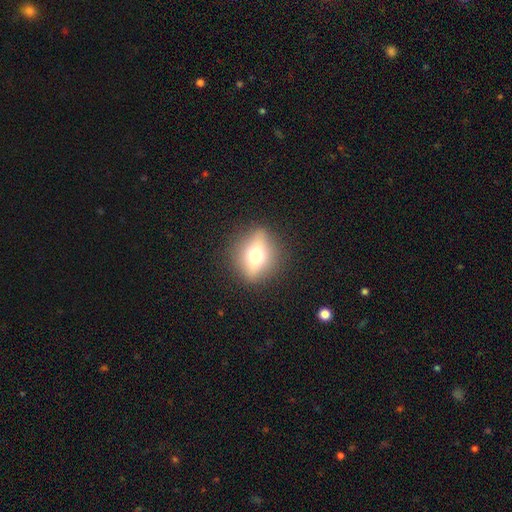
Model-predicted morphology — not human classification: Q: Smooth or featured?
A: smooth (52%); runner-up: featured or disk (35%)
Q: How rounded?
A: round (64%); runner-up: in between (31%)
Q: Merging?
A: none (85%); runner-up: minor disturbance (10%)